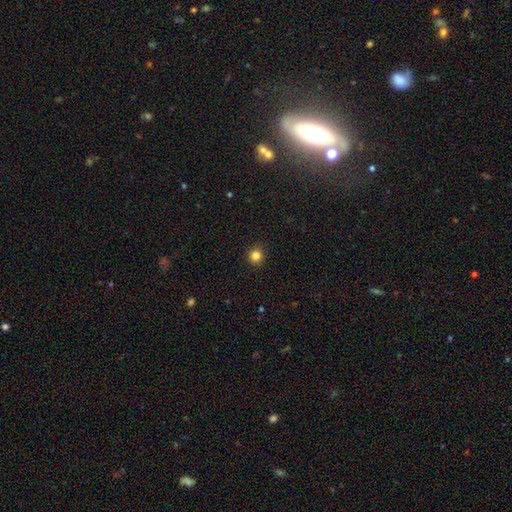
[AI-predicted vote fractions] A smooth galaxy with no disk features (83%) that is round (91%). Merging: none (92%).